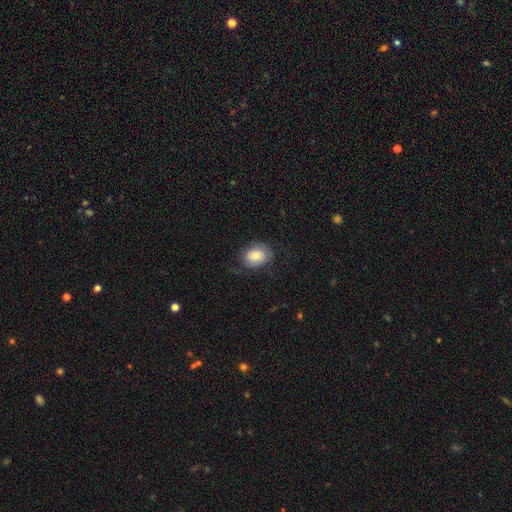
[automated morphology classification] smooth_or_featured: smooth (p=0.66) [alt: featured or disk p=0.26]
how_rounded: in between (p=0.63) [alt: round p=0.36]
merging: none (p=0.65) [alt: minor disturbance p=0.23]